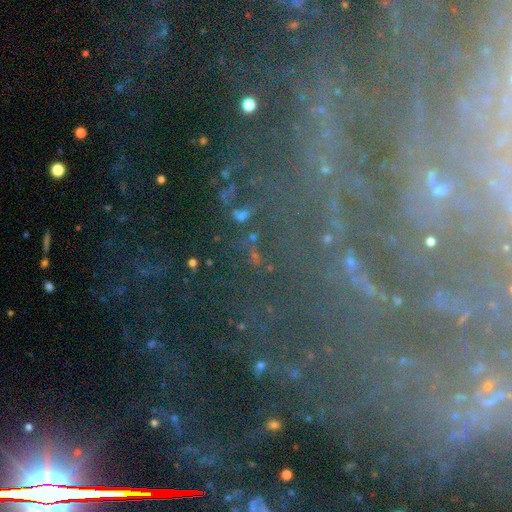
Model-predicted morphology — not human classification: type=star or artifact (59%).